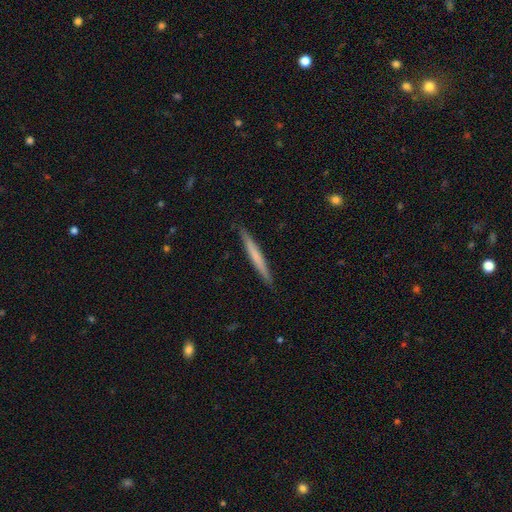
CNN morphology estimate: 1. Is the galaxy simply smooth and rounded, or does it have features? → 55% smooth, 40% featured or disk, 5% star or artifact.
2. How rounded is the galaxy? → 97% cigar-shaped, 2% in between, 1% round.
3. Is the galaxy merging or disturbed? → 91% none, 7% minor disturbance, 1% major disturbance, 1% merger.